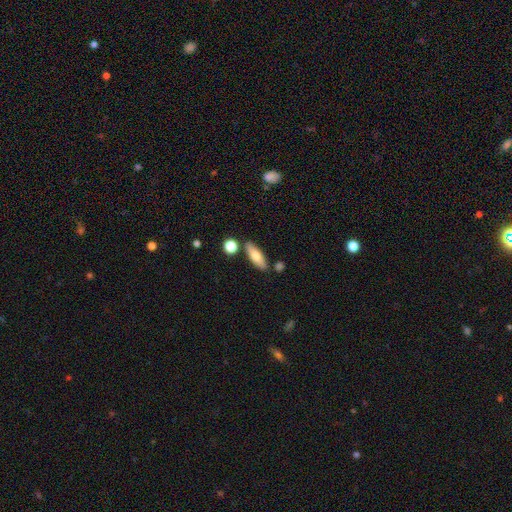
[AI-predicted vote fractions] This is likely a smooth galaxy (71%). How rounded: likely in between (61%). Merging: clearly none (80%).